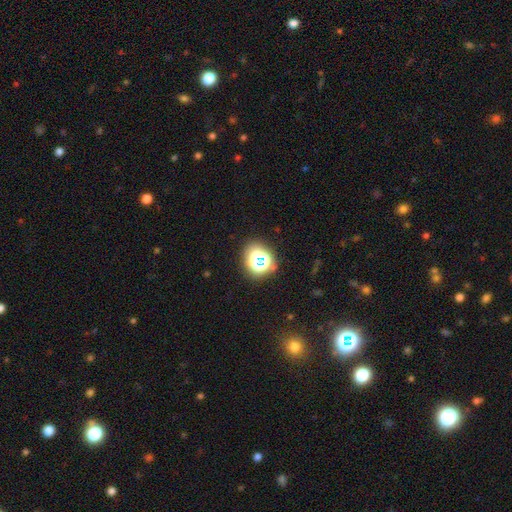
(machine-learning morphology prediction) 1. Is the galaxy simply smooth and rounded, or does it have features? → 52% star or artifact, 37% smooth, 11% featured or disk.